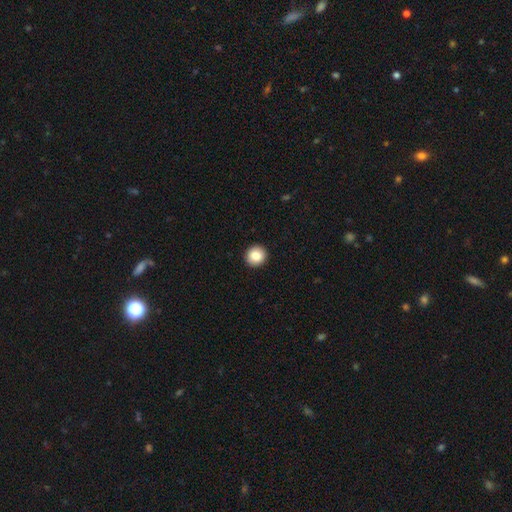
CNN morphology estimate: Overall: smooth (84%). How rounded: round (93%). Merging: none (94%).